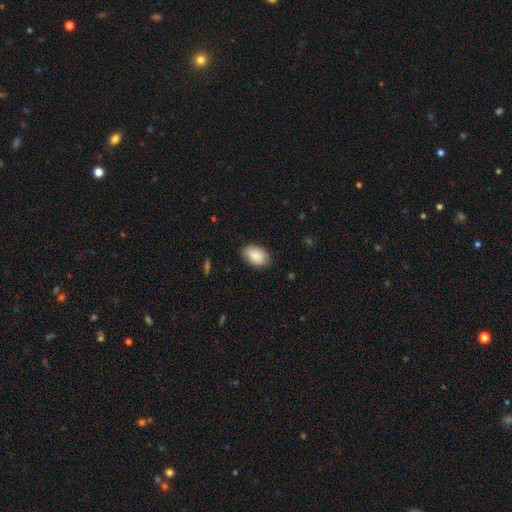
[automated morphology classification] This is clearly a smooth galaxy (89%). How rounded: clearly in between (89%). Merging: clearly none (84%).